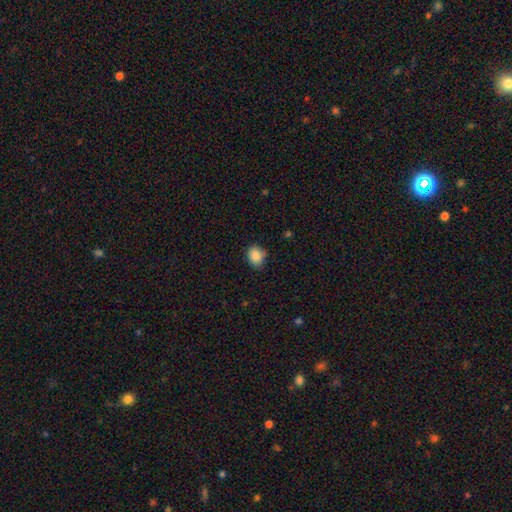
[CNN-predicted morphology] Smooth or featured: smooth — 87% (star or artifact — 9%)
How rounded: round — 55% (in between — 44%)
Merging: none — 78% (minor disturbance — 17%)